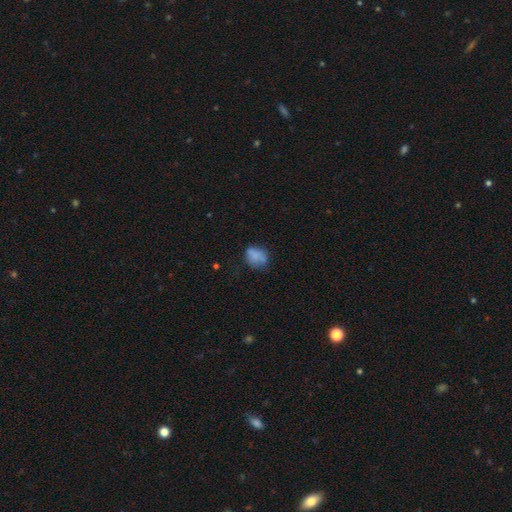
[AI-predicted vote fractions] A smooth galaxy with no disk features (75%) that is in between round and cigar-shaped (56%).

Vote fractions:
- Smooth or featured? smooth: 75% / featured or disk: 15% / star or artifact: 10%
- How rounded? in between: 56% / round: 43% / cigar-shaped: 1%
- Merging? none: 55% / minor disturbance: 30% / major disturbance: 12% / merger: 4%